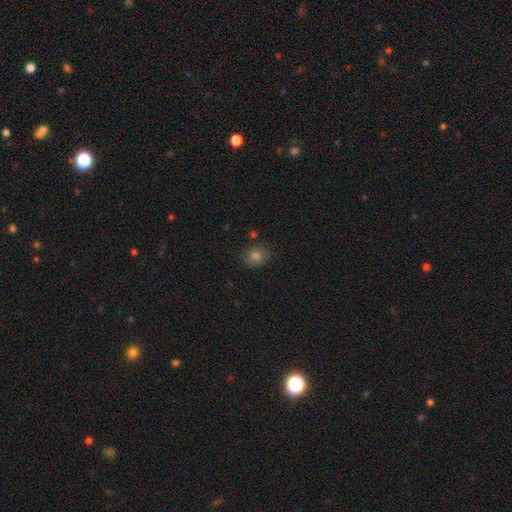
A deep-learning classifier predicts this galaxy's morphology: smooth 76%, star or artifact 16%, featured or disk 8%. Down the decision tree: how rounded — round (72%); merging — none (80%).